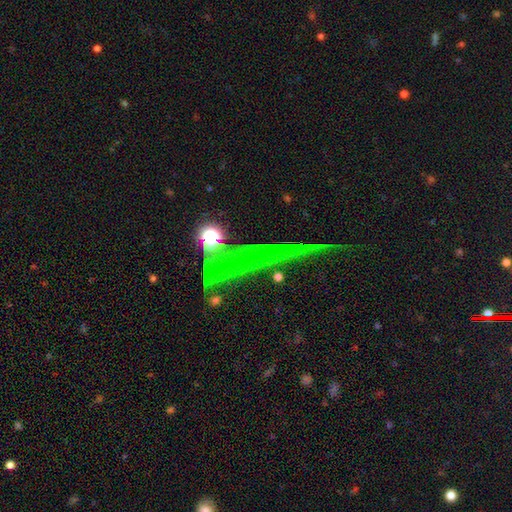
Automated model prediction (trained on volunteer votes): Overall: star or artifact (43%; featured or disk 37%).